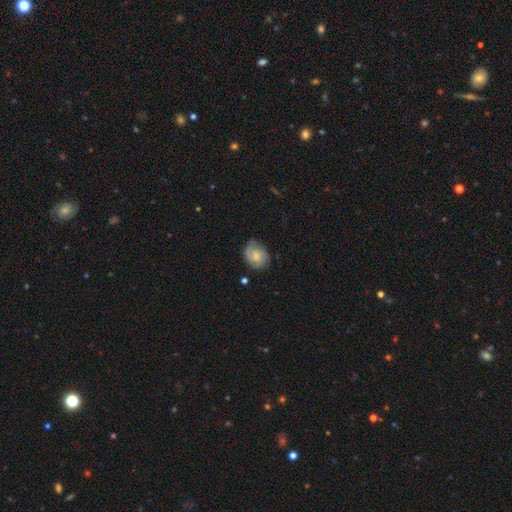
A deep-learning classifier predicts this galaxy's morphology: smooth_or_featured: featured or disk (p=0.46) [tied with: smooth p=0.46]
merging: none (p=0.68) [alt: minor disturbance p=0.24]